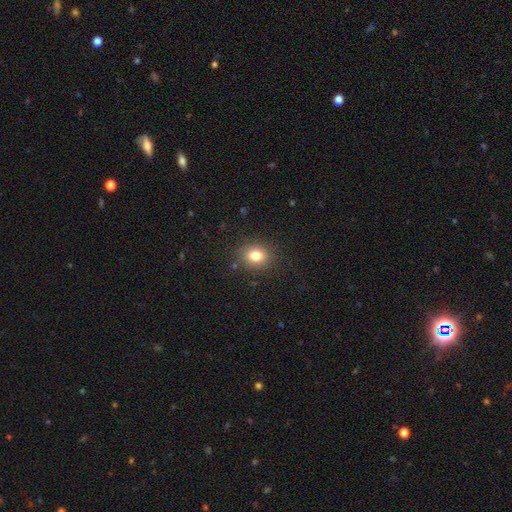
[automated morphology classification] A smooth galaxy with no disk features (79%) that is round (68%). Merging: none (87%).